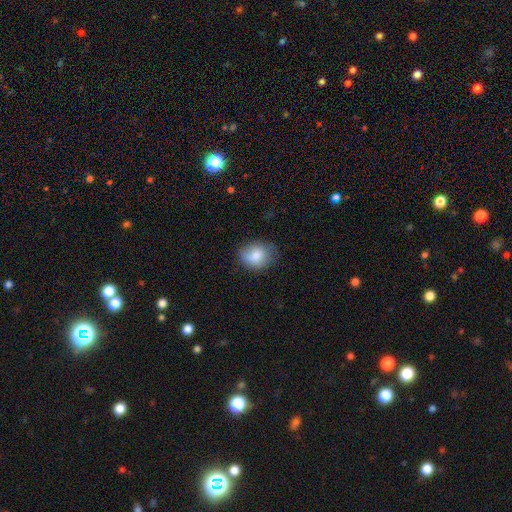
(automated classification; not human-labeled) This is clearly a smooth galaxy (83%). How rounded: possibly in between (52%). Merging: likely none (67%).